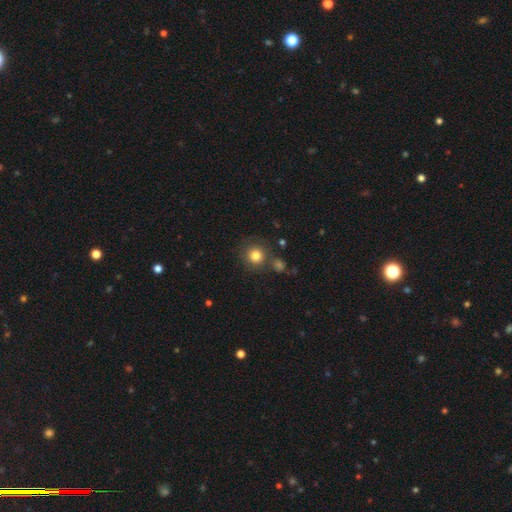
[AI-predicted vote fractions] Smooth or featured? smooth (82%)
How rounded? round (93%)
Merging? none (76%)